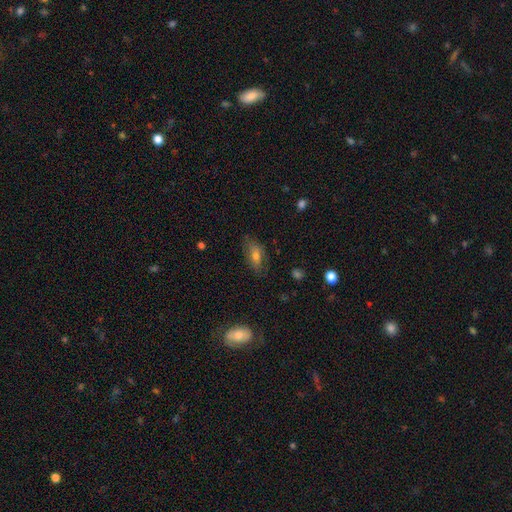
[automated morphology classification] This appears to be a smooth galaxy with no disk features (65%) that is in between round and cigar-shaped (79%). Merging: none (74%).